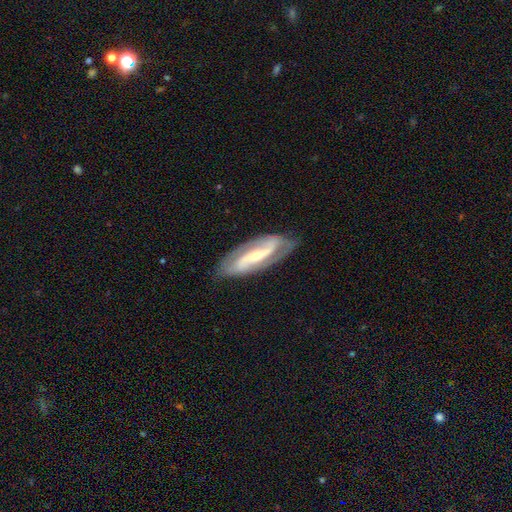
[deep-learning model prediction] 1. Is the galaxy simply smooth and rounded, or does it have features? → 87% featured or disk, 9% smooth, 5% star or artifact.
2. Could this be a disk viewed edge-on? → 92% no, 8% yes.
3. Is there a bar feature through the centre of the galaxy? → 42% strong, 35% weak, 23% no.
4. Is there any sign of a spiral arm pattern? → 96% yes, 4% no.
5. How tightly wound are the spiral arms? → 47% medium, 26% tight, 26% loose.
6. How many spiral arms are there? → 90% 2, 5% can't tell, 2% 3, 2% 1, 1% 4, 1% more than 4.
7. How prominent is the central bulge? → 46% small, 45% moderate, 4% large, 3% none, 1% dominant.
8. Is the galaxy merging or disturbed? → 81% none, 14% minor disturbance, 4% major disturbance, 1% merger.